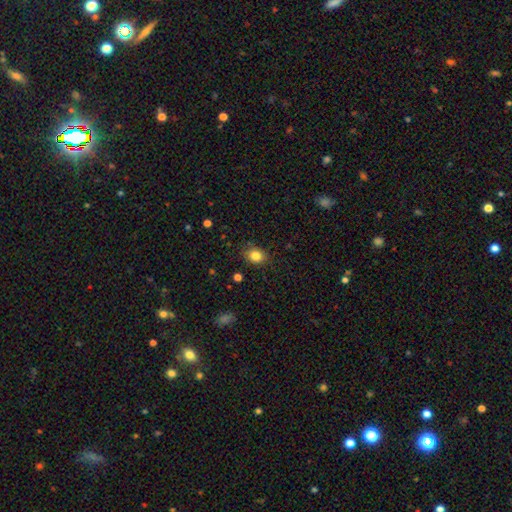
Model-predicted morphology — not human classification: The model was most divided on "how rounded": round: 51%, in between: 48%, cigar-shaped: 1%. More confident: smooth or featured — smooth (83%); merging — none (83%).